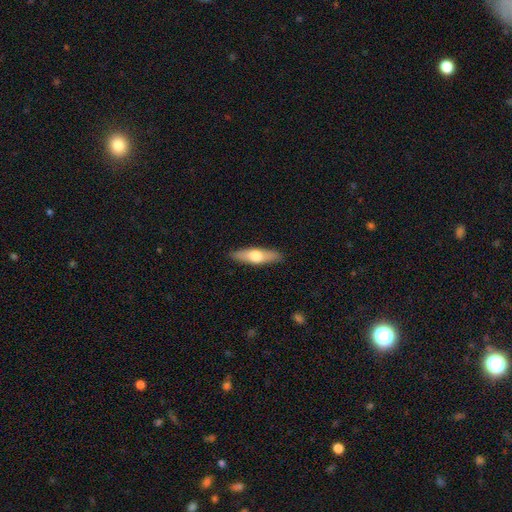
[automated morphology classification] Smooth or featured? smooth (54%)
How rounded? cigar-shaped (60%)
Merging? none (89%)